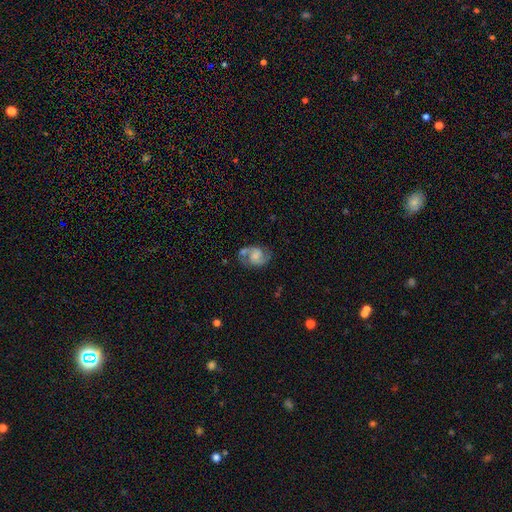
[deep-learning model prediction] Morphology: type=featured or disk (76%); edge-on=no (98%); bar=no (53%); spiral arms=yes (93%); winding=medium (53%); arm count=2 (90%); bulge=none (36%); merging=none (60%).